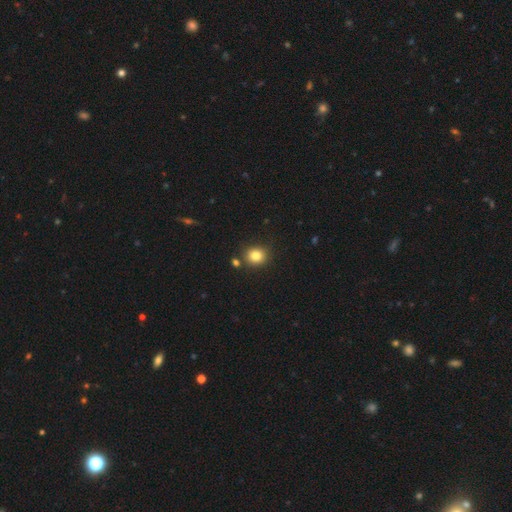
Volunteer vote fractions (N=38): Volunteers were most divided on "how rounded": round: 79%, in between: 21%, cigar-shaped: 0%. More confident: smooth or featured — smooth (89%); merging — none (78%).